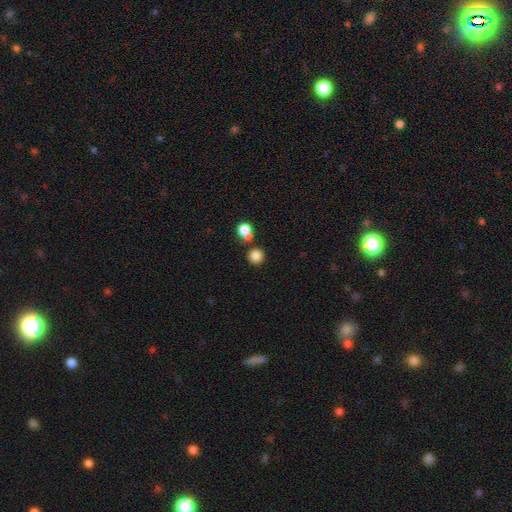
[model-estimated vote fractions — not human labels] A smooth galaxy with no disk features (83%) that is round (93%). Merging: none (74%).